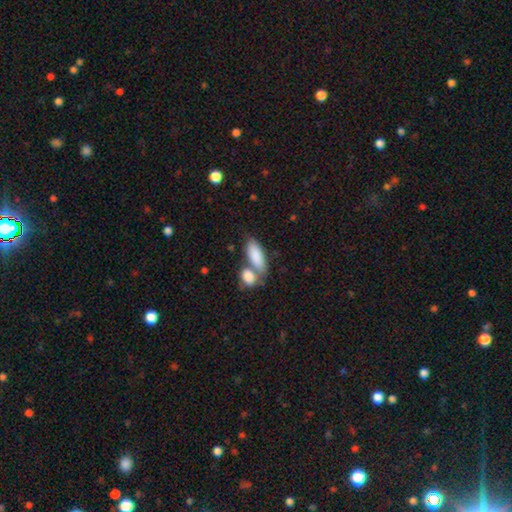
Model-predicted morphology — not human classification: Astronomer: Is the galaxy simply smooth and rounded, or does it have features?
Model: smooth — 85%.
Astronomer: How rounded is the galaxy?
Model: in between — 82%.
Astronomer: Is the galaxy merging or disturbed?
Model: merger — 48% (runner-up: none, 36%).